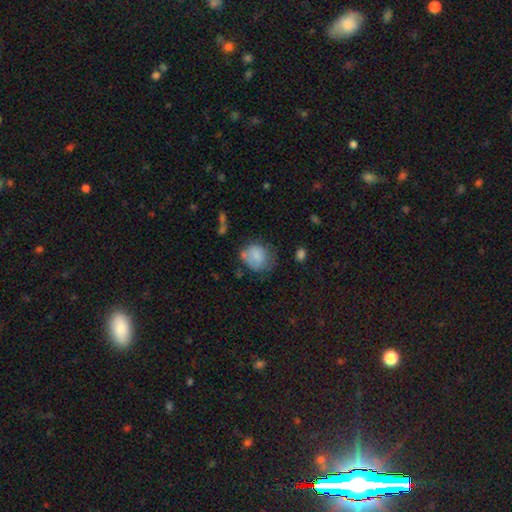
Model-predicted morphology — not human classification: smooth 76%, featured or disk 15%, star or artifact 9%. Down the decision tree: how rounded — round (66%); merging — none (47%).